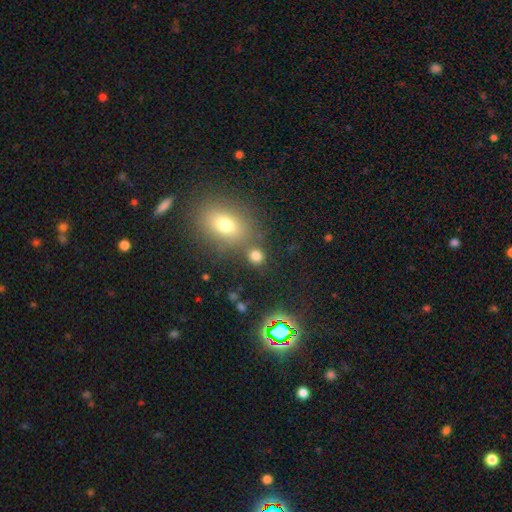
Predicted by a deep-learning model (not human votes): Morphology: type=smooth (75%); roundness=round (78%); merging=none (72%).